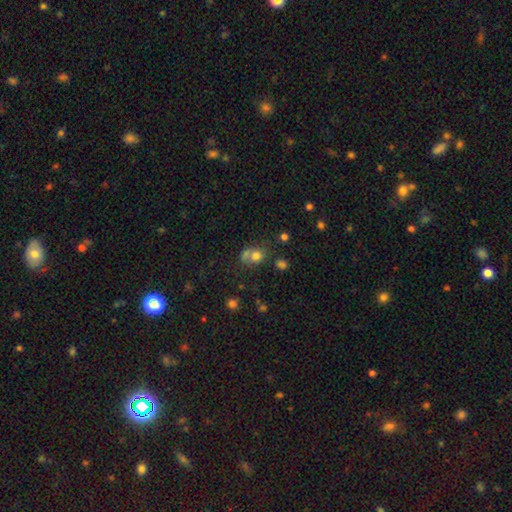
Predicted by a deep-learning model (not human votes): The model was most divided on "merging": merger: 43%, none: 41%, minor disturbance: 10%, major disturbance: 6%. More confident: how rounded — round (75%); smooth or featured — smooth (65%).